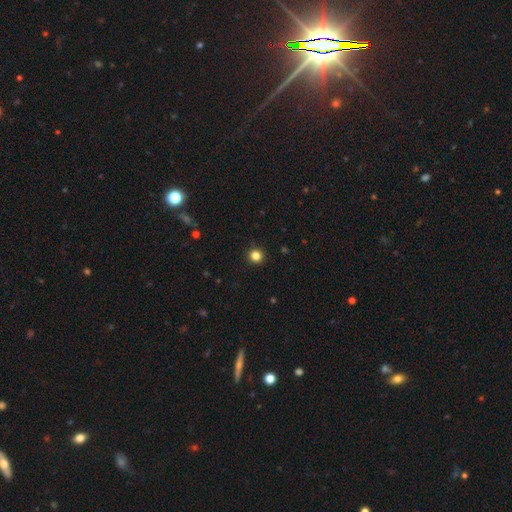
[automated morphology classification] type=smooth (84%); roundness=round (95%); merging=none (93%).